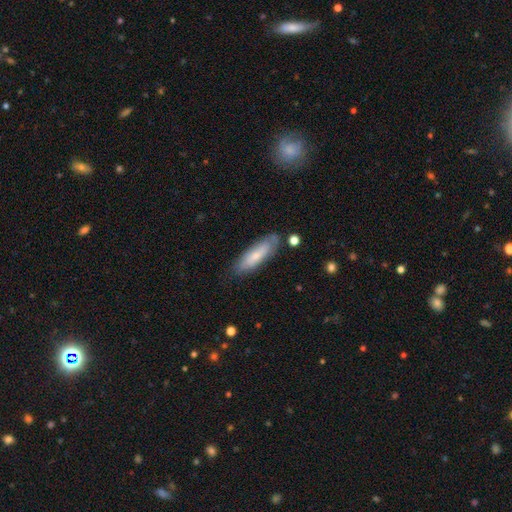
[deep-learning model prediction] This appears to be a smooth galaxy with no disk features (64%) that is cigar-shaped (53%). Merging: none (76%).